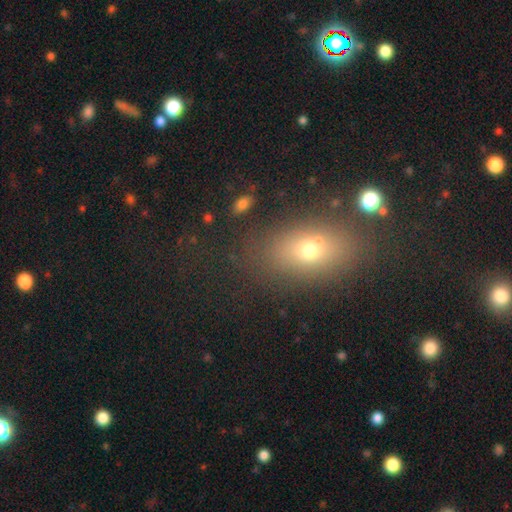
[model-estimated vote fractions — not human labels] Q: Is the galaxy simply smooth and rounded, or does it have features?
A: smooth — 61%.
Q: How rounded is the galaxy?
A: in between — 73%.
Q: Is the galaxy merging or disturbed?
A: none — 80%.